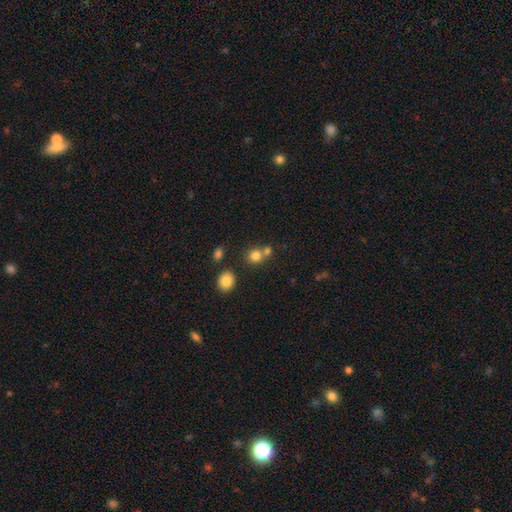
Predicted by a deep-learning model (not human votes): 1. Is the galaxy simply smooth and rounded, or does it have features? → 80% smooth, 13% star or artifact, 7% featured or disk.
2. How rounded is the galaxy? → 86% round, 13% in between, 1% cigar-shaped.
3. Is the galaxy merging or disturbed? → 56% none, 33% merger, 7% minor disturbance, 3% major disturbance.